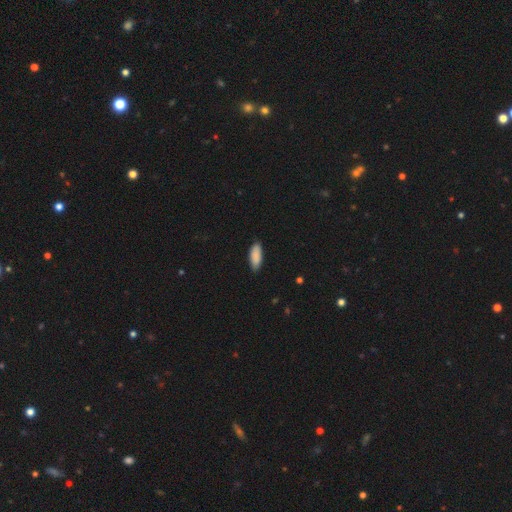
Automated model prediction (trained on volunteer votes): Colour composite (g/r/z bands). It shows a smooth galaxy with no disk features (90%) that is in between round and cigar-shaped (77%). Merging: none (85%).